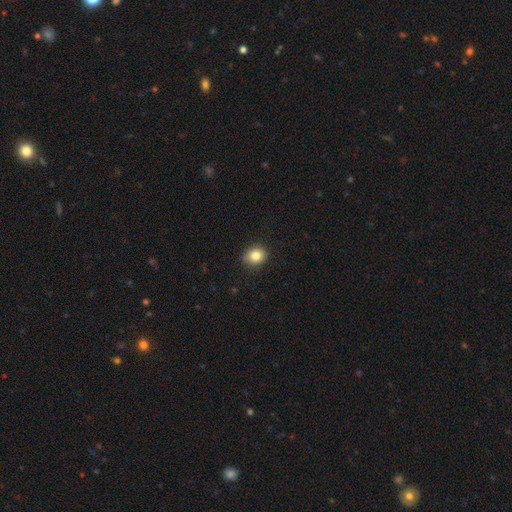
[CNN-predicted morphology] Q: Smooth or featured?
A: smooth (83%); runner-up: star or artifact (10%)
Q: How rounded?
A: round (67%); runner-up: in between (32%)
Q: Merging?
A: none (86%); runner-up: minor disturbance (11%)